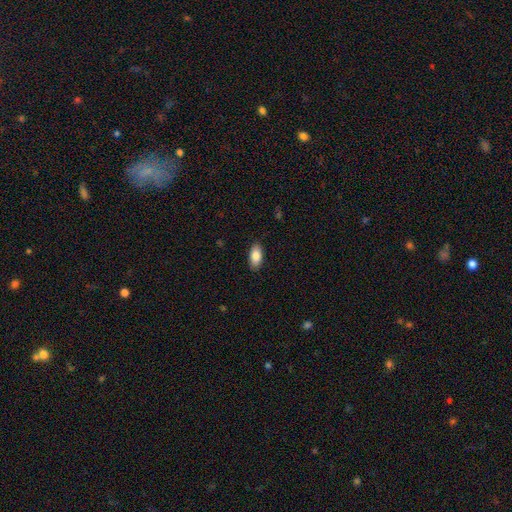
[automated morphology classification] A smooth galaxy with no disk features (85%) that is in between round and cigar-shaped (92%).

Vote fractions:
- Smooth or featured? smooth: 85% / featured or disk: 8% / star or artifact: 7%
- How rounded? in between: 92% / cigar-shaped: 5% / round: 3%
- Merging? none: 88% / minor disturbance: 9% / major disturbance: 2% / merger: 1%